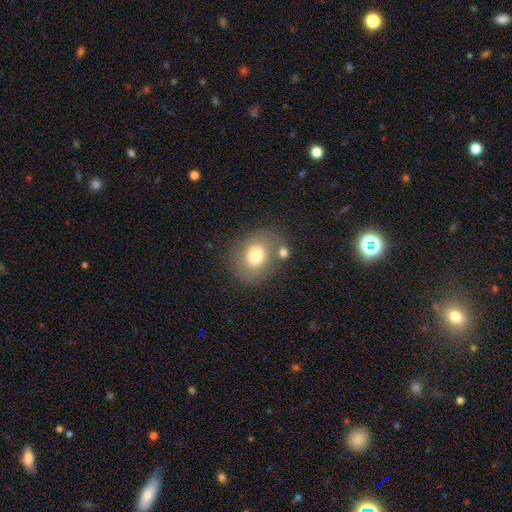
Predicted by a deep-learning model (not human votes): Smooth or featured: smooth — 70% (featured or disk — 20%)
How rounded: round — 59% (in between — 40%)
Merging: none — 64% (minor disturbance — 16%)